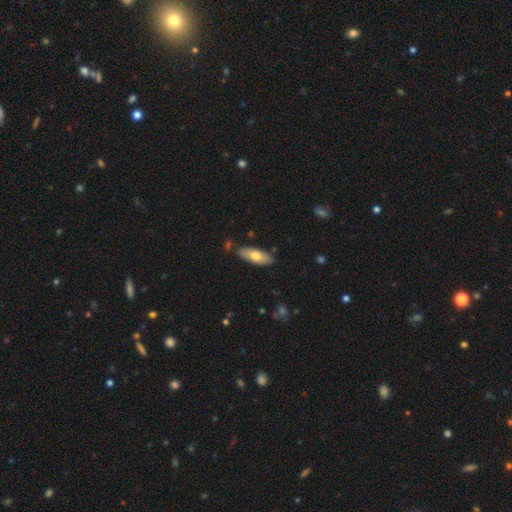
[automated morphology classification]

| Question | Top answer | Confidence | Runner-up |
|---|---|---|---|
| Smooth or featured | smooth | 66% | featured or disk (28%) |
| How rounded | in between | 76% | cigar-shaped (22%) |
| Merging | none | 84% | minor disturbance (12%) |